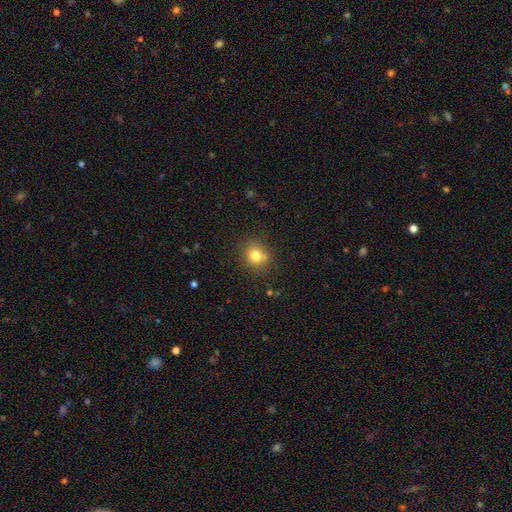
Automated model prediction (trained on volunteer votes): This appears to be a smooth galaxy with no disk features (79%) that is round (82%). Merging: none (77%).